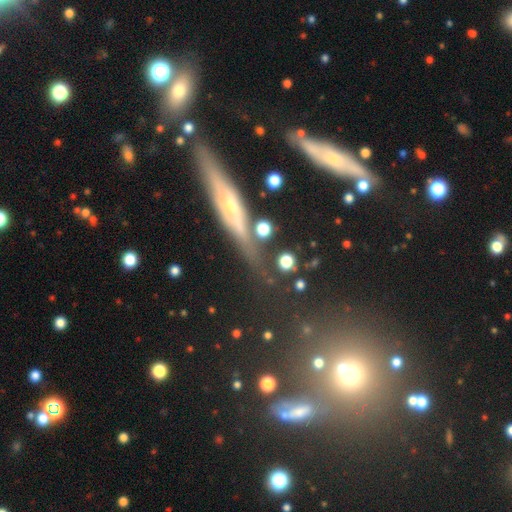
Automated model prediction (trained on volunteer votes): A featured or disk galaxy (56%) viewed edge-on (85%). Merging: none (75%).